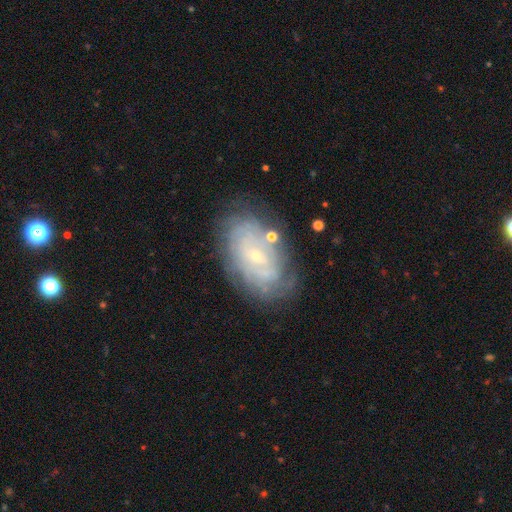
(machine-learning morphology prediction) Q: Smooth or featured?
A: featured or disk (77%); runner-up: smooth (15%)
Q: Edge-on disk?
A: no (95%); runner-up: yes (5%)
Q: Bar?
A: no (68%); runner-up: weak (26%)
Q: Spiral arms?
A: yes (87%); runner-up: no (13%)
Q: Spiral winding?
A: tight (75%); runner-up: medium (19%)
Q: Spiral arm count?
A: can't tell (54%); runner-up: 4 (12%)
Q: Bulge size?
A: small (83%); runner-up: moderate (12%)
Q: Merging?
A: none (72%); runner-up: minor disturbance (18%)